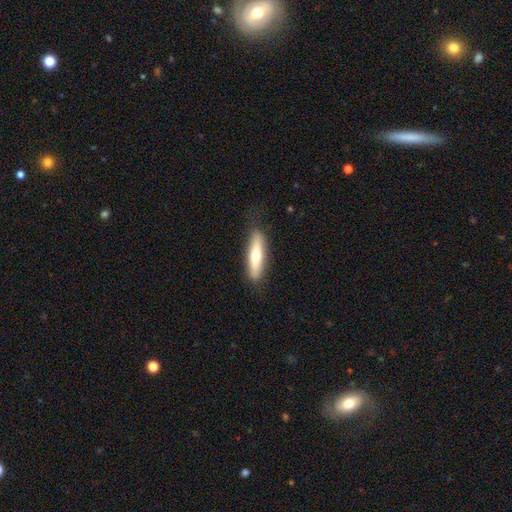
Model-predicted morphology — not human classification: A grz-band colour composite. It shows a smooth galaxy with no disk features (60%) that is cigar-shaped (73%). Merging: none (83%).